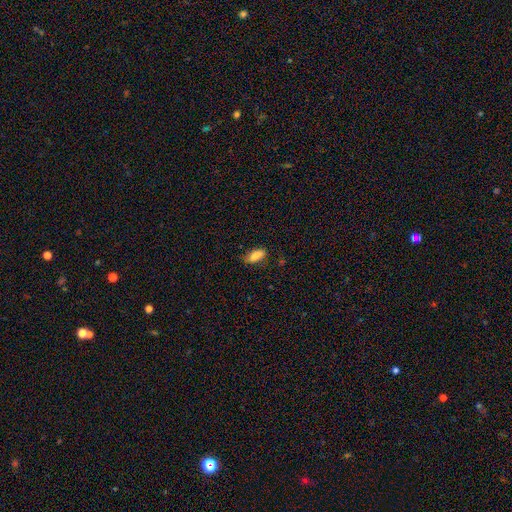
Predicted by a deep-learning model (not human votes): smooth 84%, featured or disk 9%, star or artifact 7%. Down the decision tree: how rounded — in between (81%); merging — none (68%).